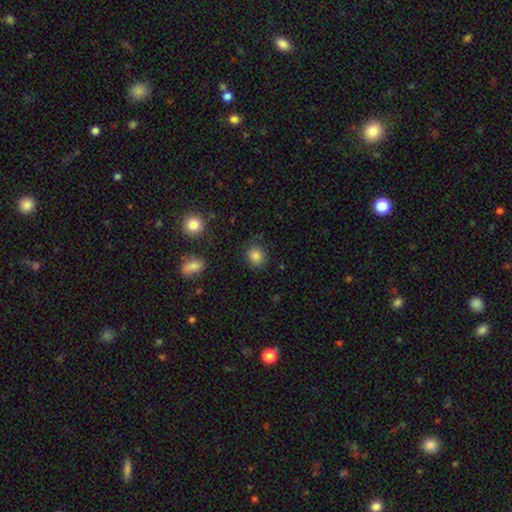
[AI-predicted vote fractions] Smooth or featured? smooth (84%)
How rounded? round (76%)
Merging? none (81%)